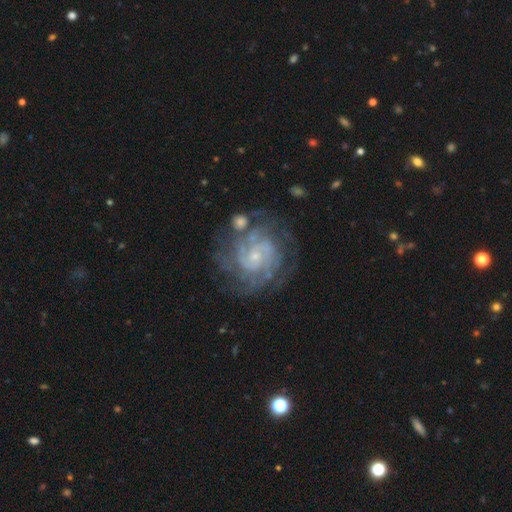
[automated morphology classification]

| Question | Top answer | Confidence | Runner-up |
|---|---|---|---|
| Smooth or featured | featured or disk | 87% | smooth (7%) |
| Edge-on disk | no | 98% | yes (2%) |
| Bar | no | 70% | weak (24%) |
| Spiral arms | yes | 97% | no (3%) |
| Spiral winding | tight | 70% | medium (25%) |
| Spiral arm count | can't tell | 27% | 3 (21%) |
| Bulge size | small | 79% | moderate (15%) |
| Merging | none | 70% | minor disturbance (16%) |